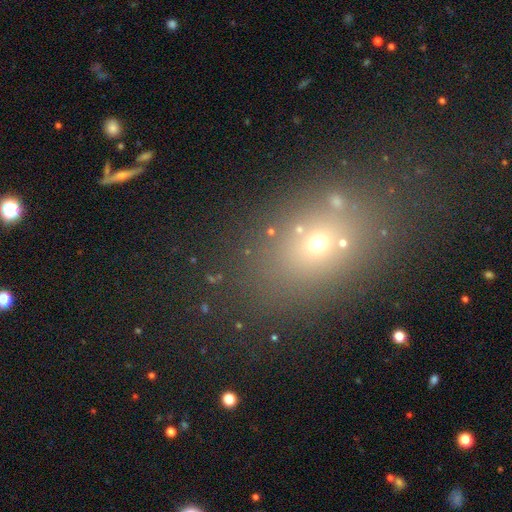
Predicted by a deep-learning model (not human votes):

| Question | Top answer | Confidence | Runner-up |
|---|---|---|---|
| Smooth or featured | smooth | 51% | star or artifact (33%) |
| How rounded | in between | 60% | round (38%) |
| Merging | none | 73% | minor disturbance (11%) |